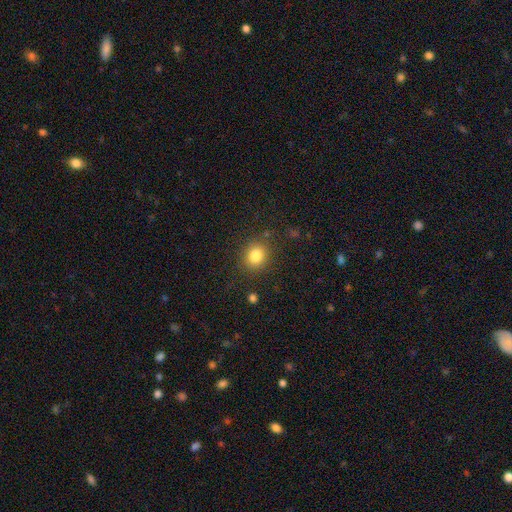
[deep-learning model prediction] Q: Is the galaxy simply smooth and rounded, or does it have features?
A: smooth — 82%.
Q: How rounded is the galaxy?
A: round — 78%.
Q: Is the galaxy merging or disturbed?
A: none — 86%.